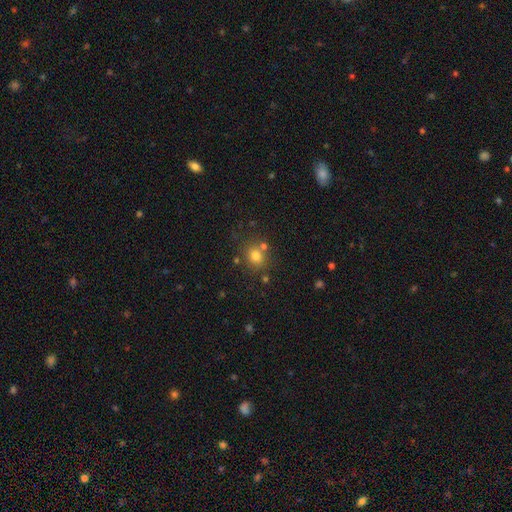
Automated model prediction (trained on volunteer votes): Morphology: type=smooth (76%); roundness=round (78%); merging=none (72%).